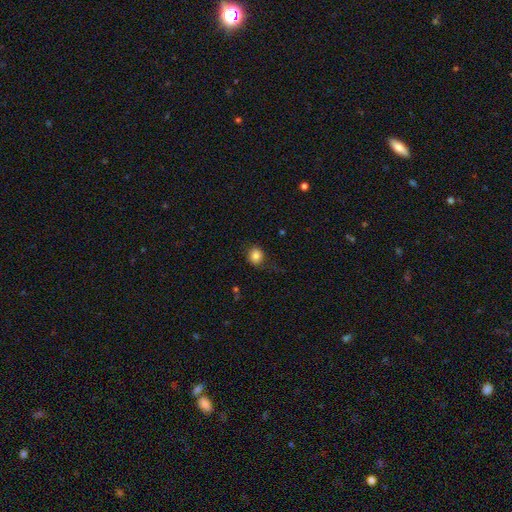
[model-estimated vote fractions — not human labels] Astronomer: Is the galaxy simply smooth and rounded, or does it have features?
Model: smooth — 84%.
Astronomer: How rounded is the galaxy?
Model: round — 81%.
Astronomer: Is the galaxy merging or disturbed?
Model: none — 77%.